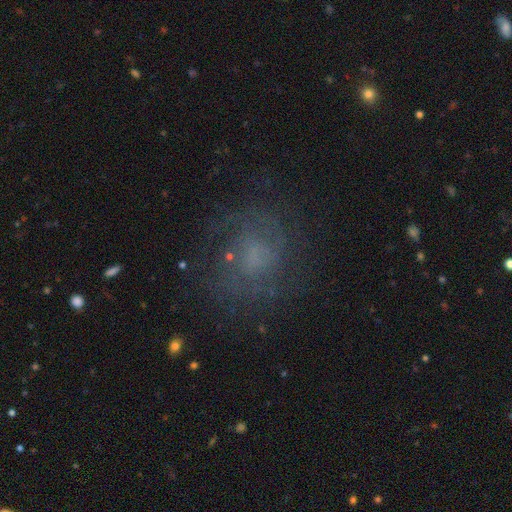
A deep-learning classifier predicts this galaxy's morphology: Smooth or featured: featured or disk — 51% (smooth — 32%)
Edge-on disk: no — 97% (yes — 3%)
Merging: none — 70% (minor disturbance — 16%)